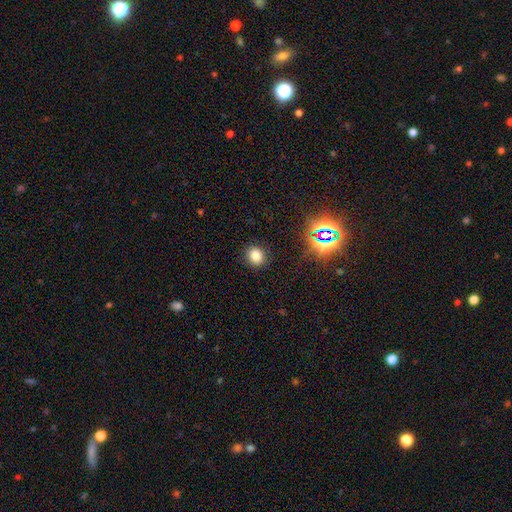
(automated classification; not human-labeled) Smooth or featured: smooth — 78% (star or artifact — 16%)
How rounded: round — 79% (in between — 20%)
Merging: none — 90% (minor disturbance — 7%)